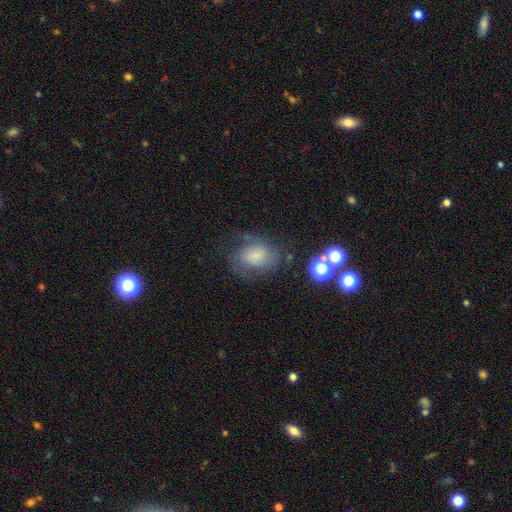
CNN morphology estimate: Smooth or featured: featured or disk — 52% (smooth — 36%)
Edge-on disk: no — 97% (yes — 3%)
Bar: no — 70% (weak — 25%)
Spiral arms: yes — 82% (no — 18%)
Bulge size: small — 57% (moderate — 20%)
Merging: none — 54% (minor disturbance — 22%)